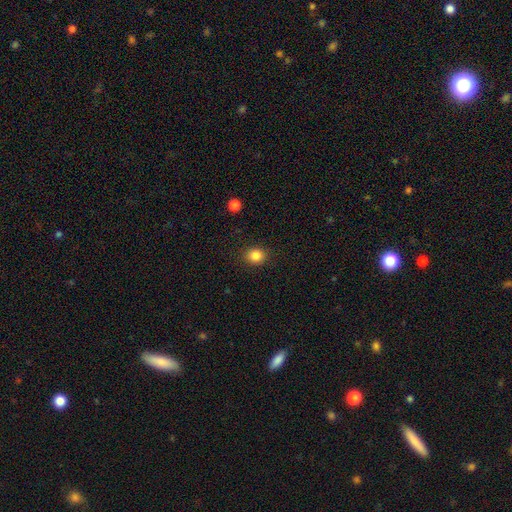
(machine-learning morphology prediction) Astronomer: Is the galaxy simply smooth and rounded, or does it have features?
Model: smooth — 85%.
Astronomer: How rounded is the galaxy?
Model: round — 72%.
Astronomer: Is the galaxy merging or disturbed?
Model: none — 89%.